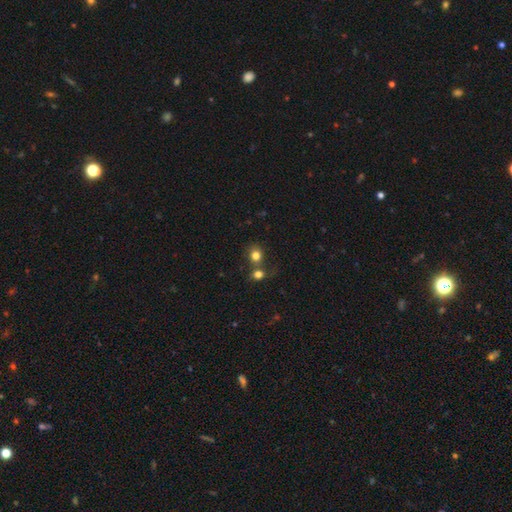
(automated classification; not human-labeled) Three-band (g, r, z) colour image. It shows a smooth galaxy with no disk features (79%) that is round (78%). Merging: none (51%).